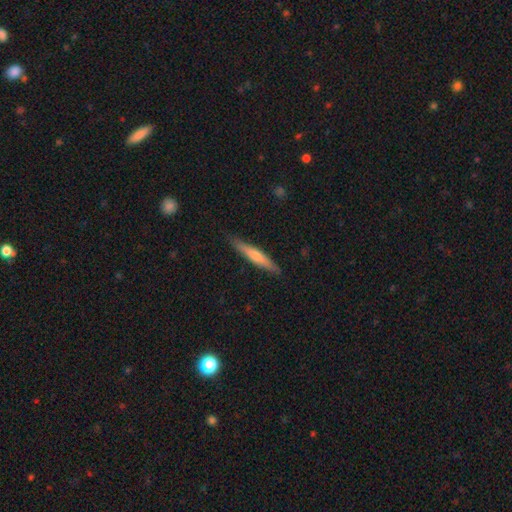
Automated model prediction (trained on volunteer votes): Morphology: type=featured or disk (52%); edge-on=yes (96%); merging=none (89%).